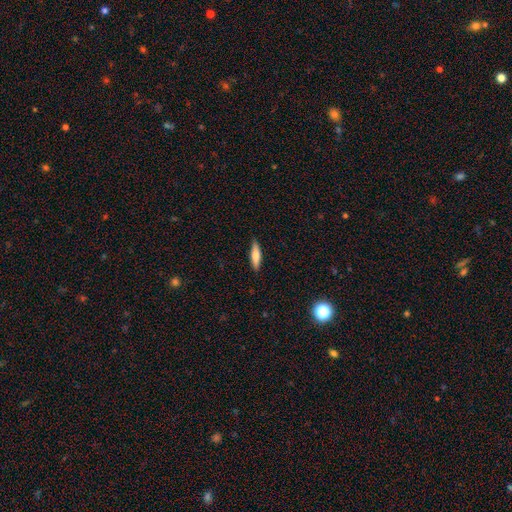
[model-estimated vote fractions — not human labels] Smooth or featured? Predicted: smooth (p=0.70). How rounded? Predicted: cigar-shaped (p=0.70). Merging? Predicted: none (p=0.86).